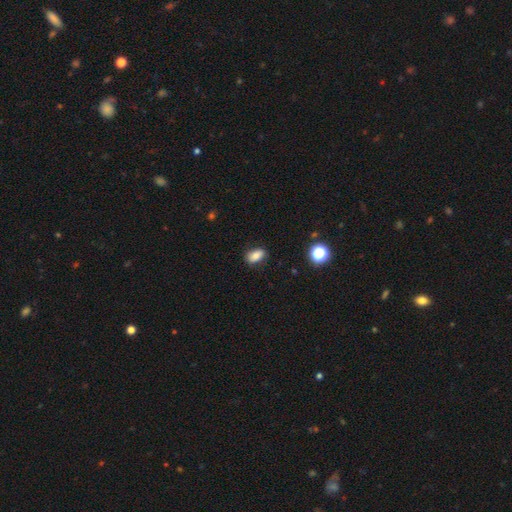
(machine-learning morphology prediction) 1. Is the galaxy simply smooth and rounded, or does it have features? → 79% smooth, 11% featured or disk, 10% star or artifact.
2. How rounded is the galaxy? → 86% in between, 10% round, 4% cigar-shaped.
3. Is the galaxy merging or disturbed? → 83% none, 13% minor disturbance, 3% major disturbance, 1% merger.